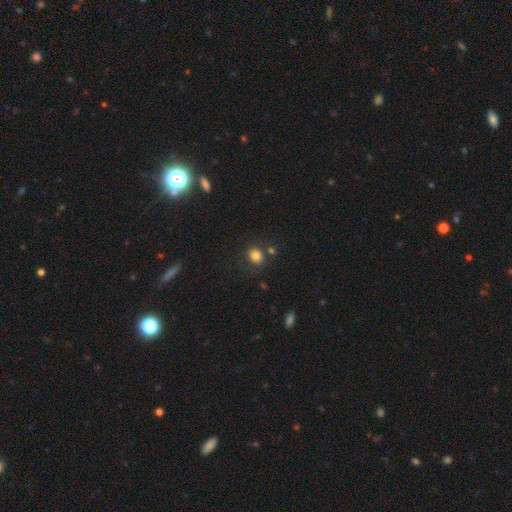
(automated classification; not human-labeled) A smooth galaxy with no disk features (81%) that is round (69%). Merging: none (75%).